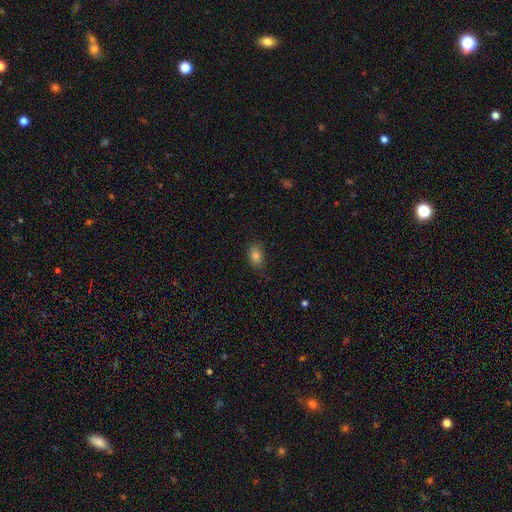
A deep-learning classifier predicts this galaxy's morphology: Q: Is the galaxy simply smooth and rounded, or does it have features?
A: smooth — 82%.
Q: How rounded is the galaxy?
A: in between — 86%.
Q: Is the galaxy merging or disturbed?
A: none — 84%.